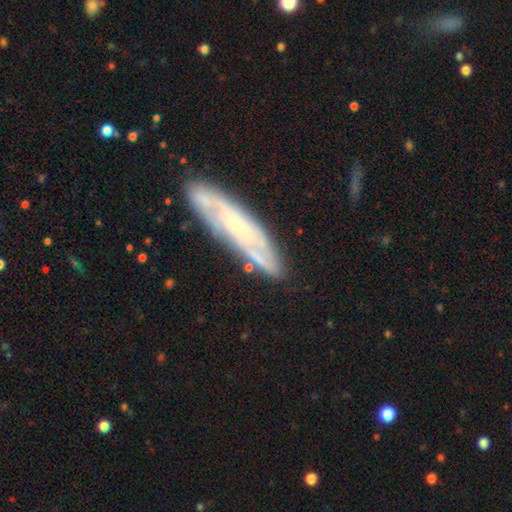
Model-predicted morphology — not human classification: type=featured or disk (51%); edge-on=no (60%); merging=none (67%).